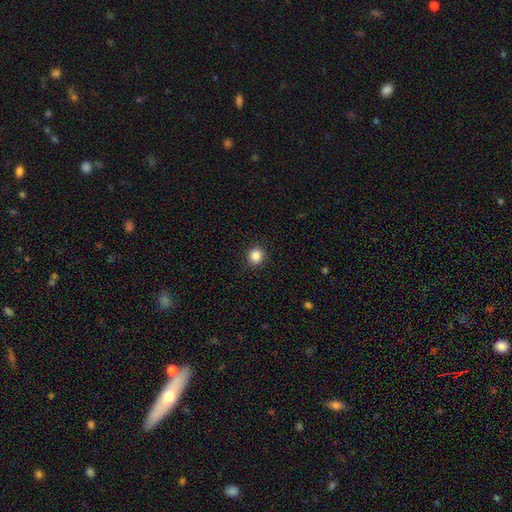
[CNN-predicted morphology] Q: Smooth or featured?
A: smooth (86%); runner-up: star or artifact (10%)
Q: How rounded?
A: round (89%); runner-up: in between (10%)
Q: Merging?
A: none (91%); runner-up: minor disturbance (6%)